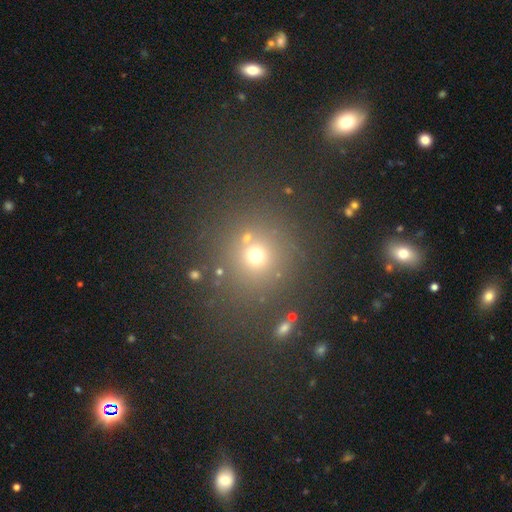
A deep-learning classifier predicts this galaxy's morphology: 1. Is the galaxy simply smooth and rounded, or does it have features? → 65% smooth, 25% star or artifact, 9% featured or disk.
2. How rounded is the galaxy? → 90% round, 9% in between, 1% cigar-shaped.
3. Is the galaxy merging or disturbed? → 79% none, 9% minor disturbance, 7% merger, 5% major disturbance.